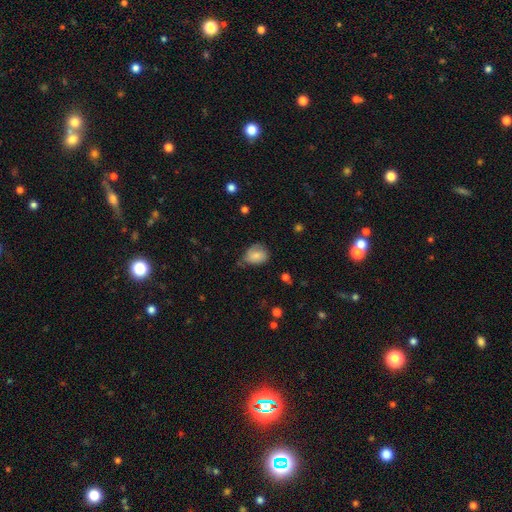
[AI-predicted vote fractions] smooth 72%, featured or disk 19%, star or artifact 8%. Down the decision tree: how rounded — in between (58%); merging — none (49%).